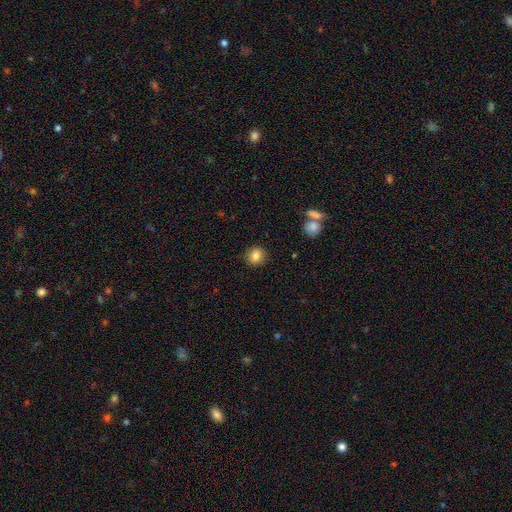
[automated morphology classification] The model was most divided on "smooth or featured": smooth: 83%, star or artifact: 10%, featured or disk: 7%. More confident: merging — none (90%); how rounded — round (88%).